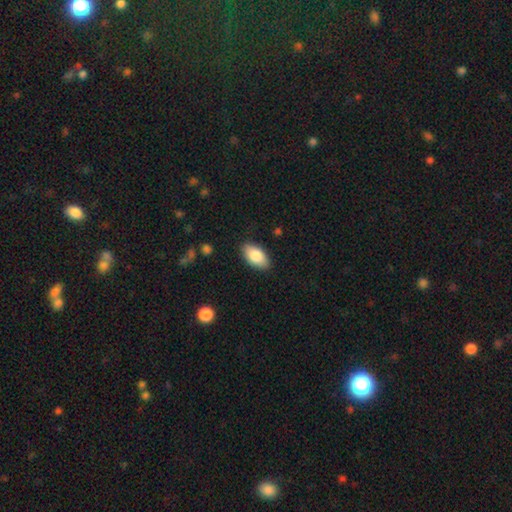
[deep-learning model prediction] This is clearly a smooth galaxy (84%). How rounded: clearly in between (94%). Merging: clearly none (87%).